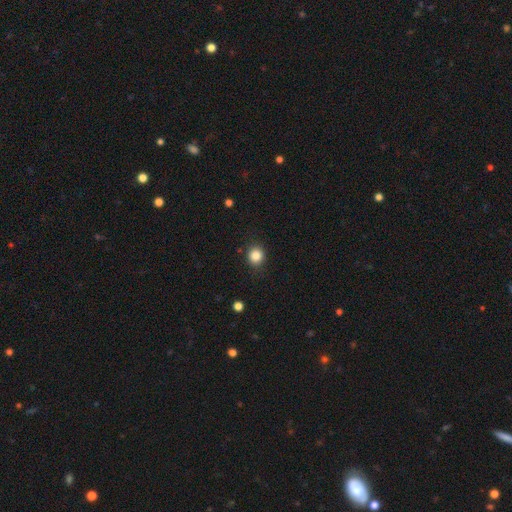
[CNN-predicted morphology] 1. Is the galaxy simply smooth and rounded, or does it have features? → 85% smooth, 11% star or artifact, 4% featured or disk.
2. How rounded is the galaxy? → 81% round, 18% in between, 1% cigar-shaped.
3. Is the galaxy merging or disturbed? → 86% none, 10% minor disturbance, 3% major disturbance, 1% merger.